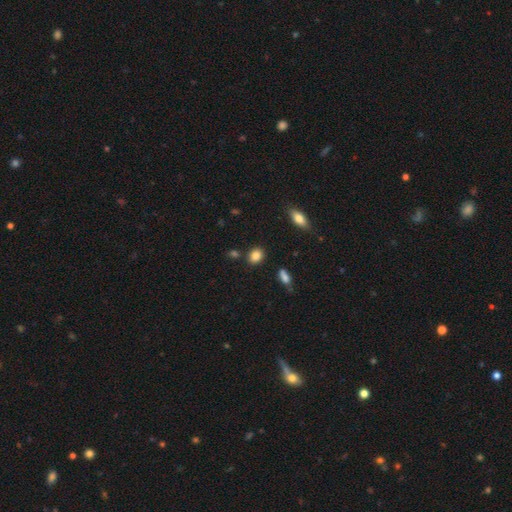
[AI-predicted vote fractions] Smooth or featured: smooth — 85% (star or artifact — 10%)
How rounded: round — 52% (in between — 46%)
Merging: none — 83% (minor disturbance — 9%)